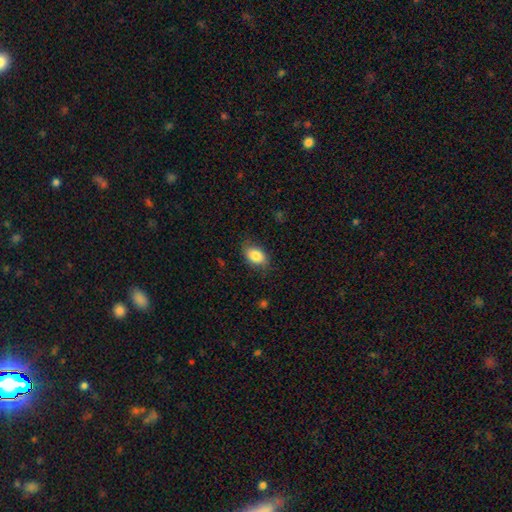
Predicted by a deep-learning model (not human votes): Q: Smooth or featured?
A: smooth (83%); runner-up: featured or disk (9%)
Q: How rounded?
A: in between (86%); runner-up: round (13%)
Q: Merging?
A: none (77%); runner-up: minor disturbance (17%)